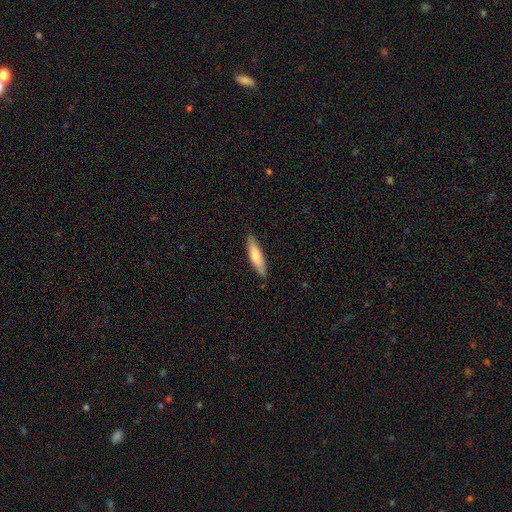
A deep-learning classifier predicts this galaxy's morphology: smooth 73%, featured or disk 22%, star or artifact 5%. Down the decision tree: how rounded — cigar-shaped (76%); merging — none (86%).